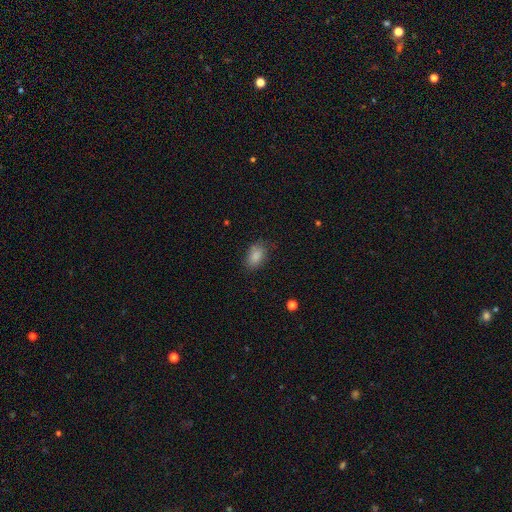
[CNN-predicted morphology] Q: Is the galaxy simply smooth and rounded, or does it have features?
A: smooth — 86%.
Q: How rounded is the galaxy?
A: in between — 88%.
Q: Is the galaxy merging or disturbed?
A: none — 76%.